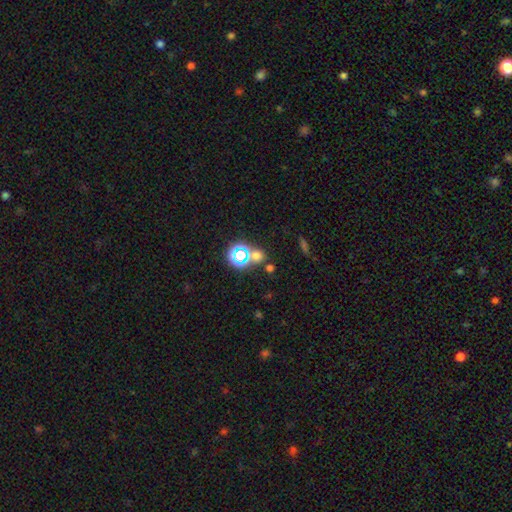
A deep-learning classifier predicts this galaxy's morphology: smooth-or-featured: smooth: 47% | star or artifact: 45% | featured or disk: 8%
  merging: none: 67% | merger: 19% | minor disturbance: 9% | major disturbance: 5%